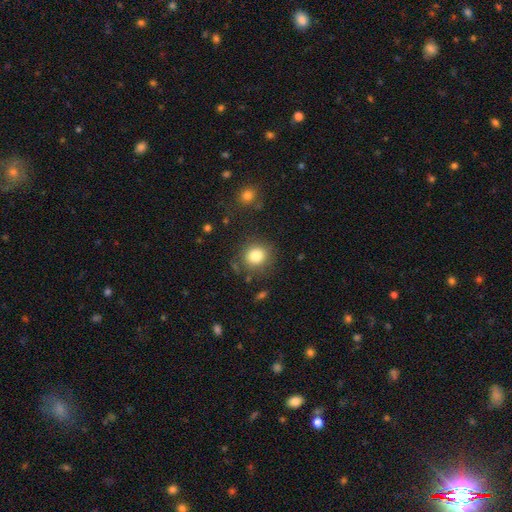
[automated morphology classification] A smooth galaxy with no disk features (82%) that is round (85%).

Vote fractions:
- Smooth or featured? smooth: 82% / star or artifact: 11% / featured or disk: 7%
- How rounded? round: 85% / in between: 14% / cigar-shaped: 1%
- Merging? none: 82% / minor disturbance: 11% / major disturbance: 4% / merger: 3%